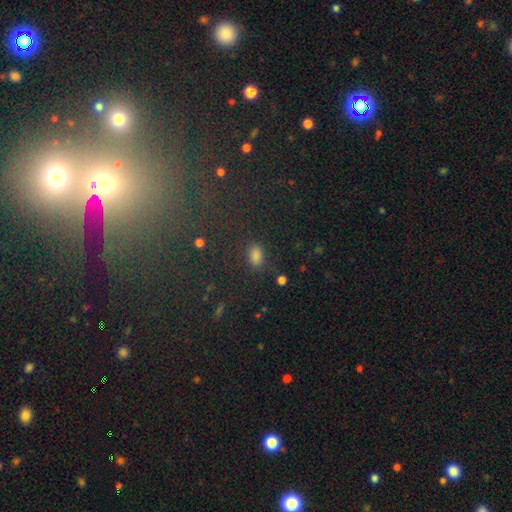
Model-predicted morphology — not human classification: Smooth or featured?
  - smooth: 73% *
  - star or artifact: 22%
  - featured or disk: 6%
How rounded?
  - in between: 84% *
  - round: 14%
  - cigar-shaped: 2%
Merging?
  - none: 84% *
  - minor disturbance: 10%
  - major disturbance: 3%
  - merger: 3%